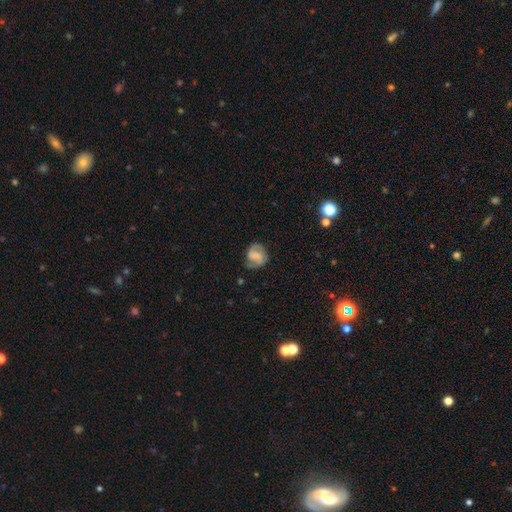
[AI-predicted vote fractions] Smooth or featured: featured or disk — 68% (smooth — 24%)
Edge-on disk: no — 98% (yes — 2%)
Bar: weak — 46% (no — 33%)
Spiral arms: yes — 92% (no — 8%)
Spiral winding: medium — 48% (tight — 27%)
Spiral arm count: 2 — 84% (can't tell — 7%)
Bulge size: none — 46% (small — 25%)
Merging: none — 70% (minor disturbance — 20%)